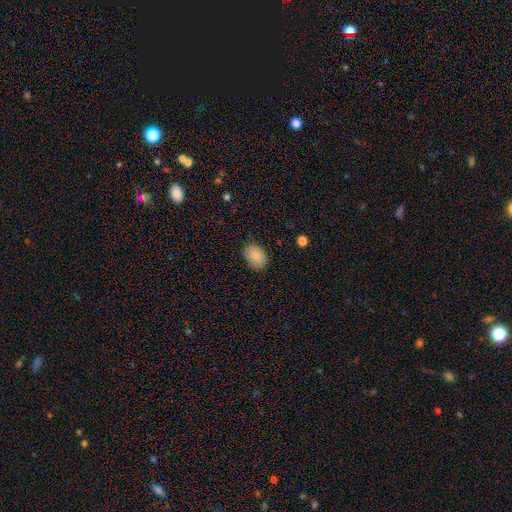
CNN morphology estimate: Smooth or featured? Predicted: smooth (p=0.88). How rounded? Predicted: in between (p=0.81). Merging? Predicted: none (p=0.84).